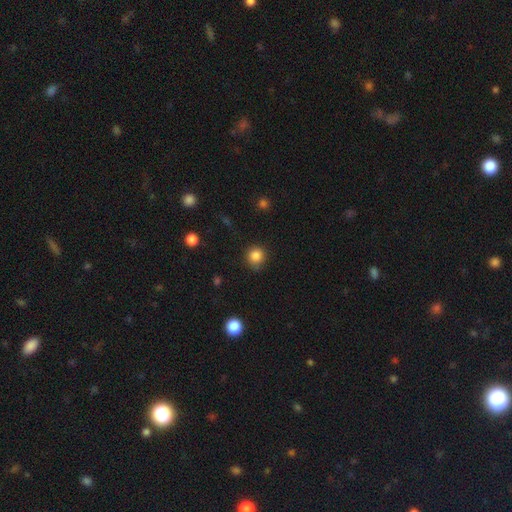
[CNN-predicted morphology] smooth-or-featured: smooth: 85% | star or artifact: 11% | featured or disk: 4%
  how-rounded: round: 93% | in between: 7% | cigar-shaped: 1%
  merging: none: 83% | minor disturbance: 12% | major disturbance: 3% | merger: 2%